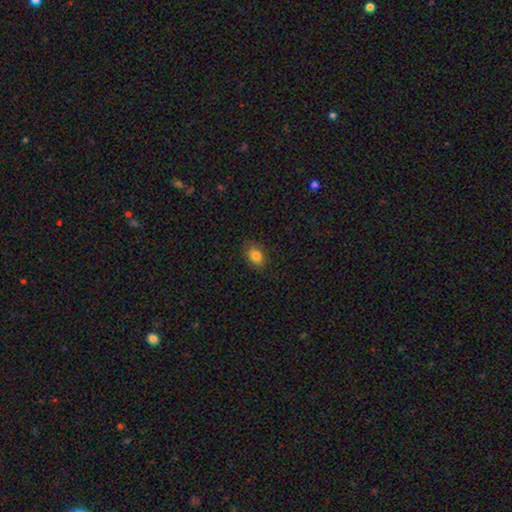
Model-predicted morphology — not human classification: This is clearly a smooth galaxy (83%). How rounded: likely in between (78%). Merging: clearly none (84%).